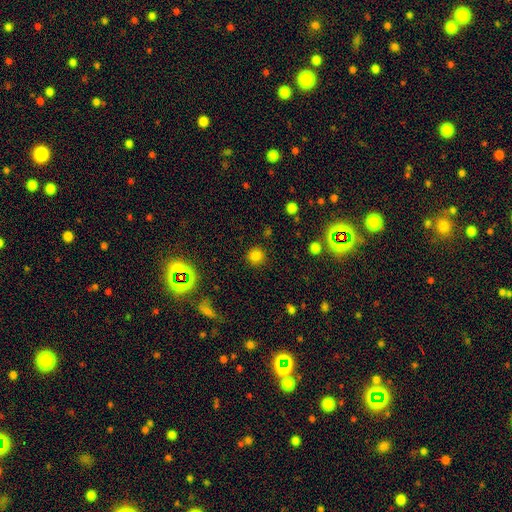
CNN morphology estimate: type=smooth (79%); roundness=round (92%); merging=none (89%).